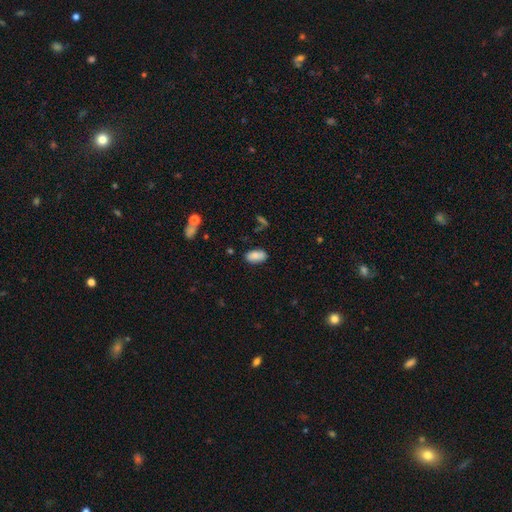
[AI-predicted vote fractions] This appears to be a smooth galaxy with no disk features (84%) that is in between round and cigar-shaped (93%). Merging: none (78%).